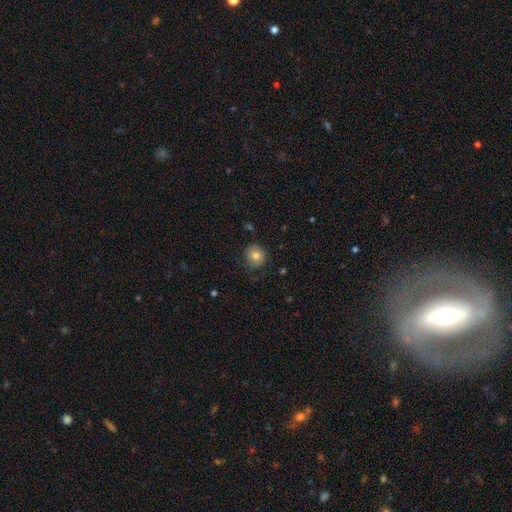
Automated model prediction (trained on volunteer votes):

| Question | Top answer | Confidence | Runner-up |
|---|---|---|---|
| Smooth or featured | smooth | 80% | featured or disk (11%) |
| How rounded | round | 83% | in between (16%) |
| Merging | none | 75% | minor disturbance (19%) |